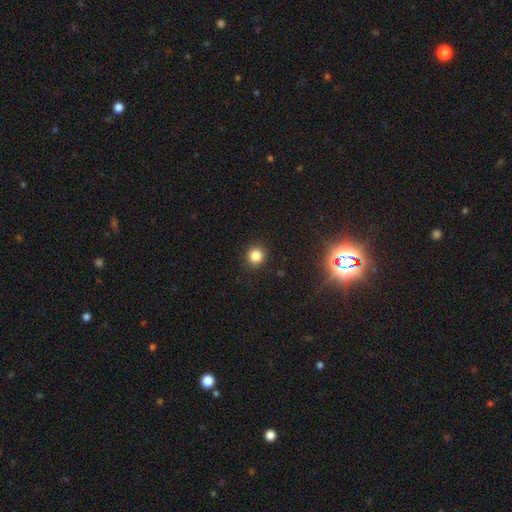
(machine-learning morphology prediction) Smooth or featured: smooth — 83% (star or artifact — 13%)
How rounded: round — 93% (in between — 6%)
Merging: none — 92% (minor disturbance — 5%)